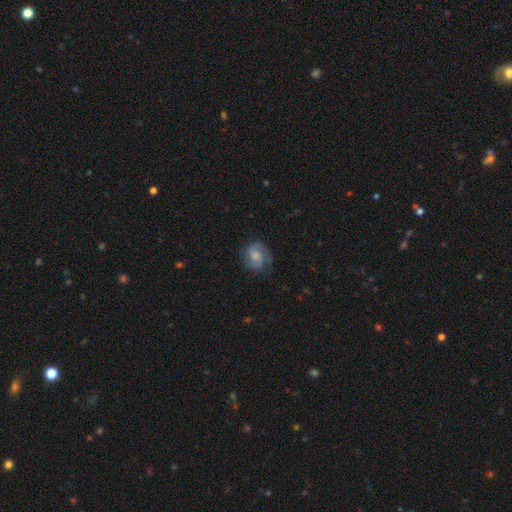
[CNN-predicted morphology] This is likely a featured or disk galaxy (62%). It is clearly not viewed edge-on (98%). Bar: likely no (62%). Spiral arm pattern: clearly yes (91%). Spiral arm count: likely 2 (74%). Spiral winding: possibly medium (46%). Central bulge: marginally moderate (45%). Merging: likely none (69%).